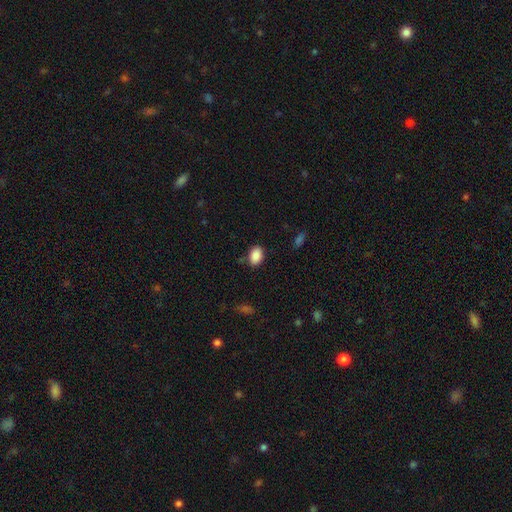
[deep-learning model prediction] A smooth galaxy with no disk features (88%) that is in between round and cigar-shaped (81%). Merging: none (81%).